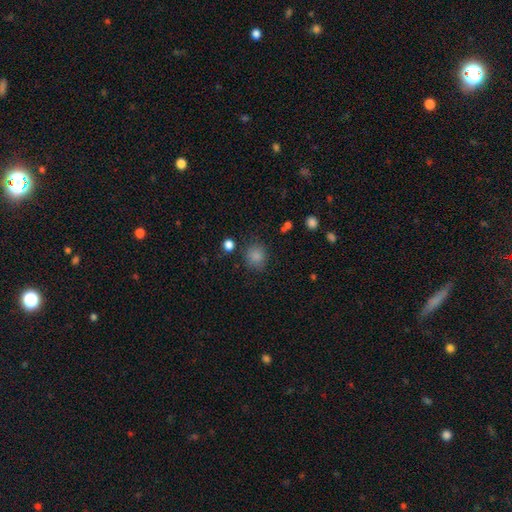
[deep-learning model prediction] A smooth galaxy with no disk features (84%) that is round (80%).

Vote fractions:
- Smooth or featured? smooth: 84% / star or artifact: 11% / featured or disk: 4%
- How rounded? round: 80% / in between: 19% / cigar-shaped: 1%
- Merging? none: 79% / minor disturbance: 13% / major disturbance: 5% / merger: 3%